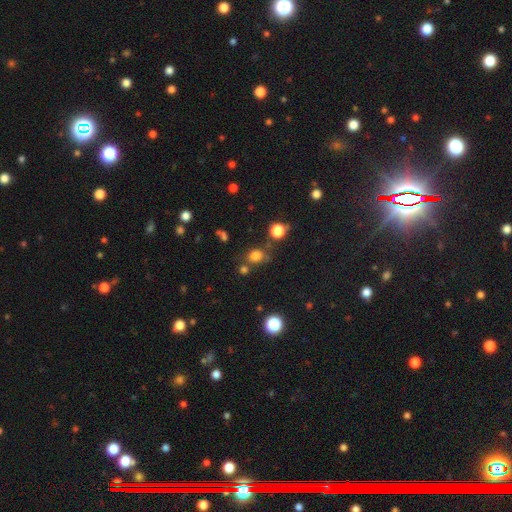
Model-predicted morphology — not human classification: Smooth or featured? smooth (76%)
How rounded? round (69%)
Merging? none (66%)